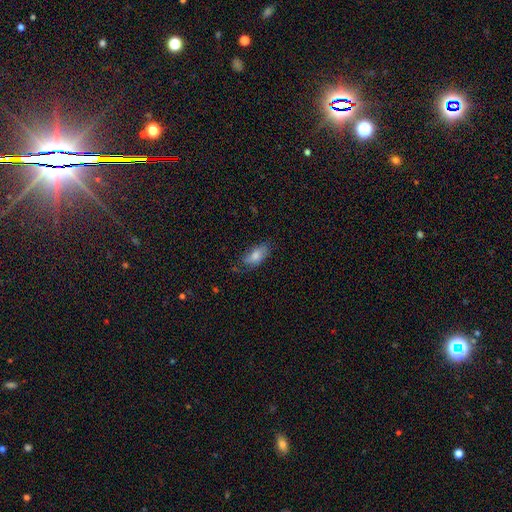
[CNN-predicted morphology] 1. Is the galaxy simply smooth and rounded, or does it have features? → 74% smooth, 19% featured or disk, 7% star or artifact.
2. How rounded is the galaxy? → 88% in between, 9% cigar-shaped, 3% round.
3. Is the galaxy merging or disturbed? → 61% none, 28% minor disturbance, 9% major disturbance, 2% merger.